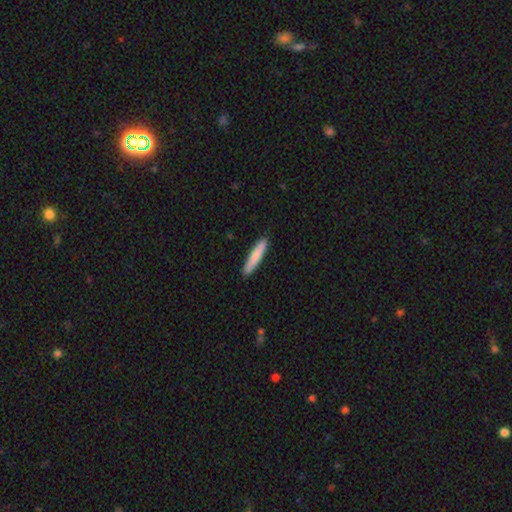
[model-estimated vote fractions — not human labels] This appears to be a smooth galaxy with no disk features (80%) that is cigar-shaped (92%). Merging: none (90%).